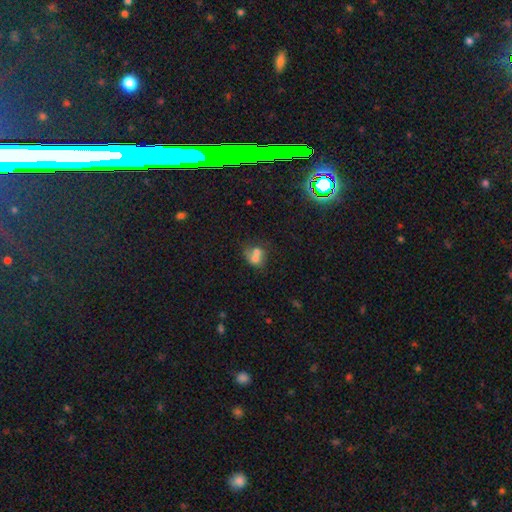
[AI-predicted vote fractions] Morphology: type=smooth (63%); roundness=round (58%); merging=merger (66%).